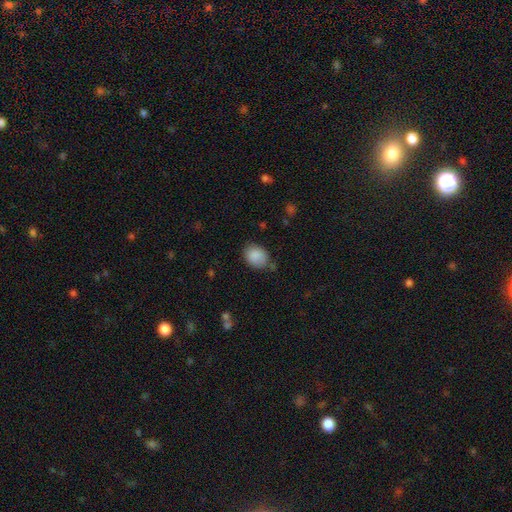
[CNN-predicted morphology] type=smooth (88%); roundness=in between (55%); merging=none (71%).